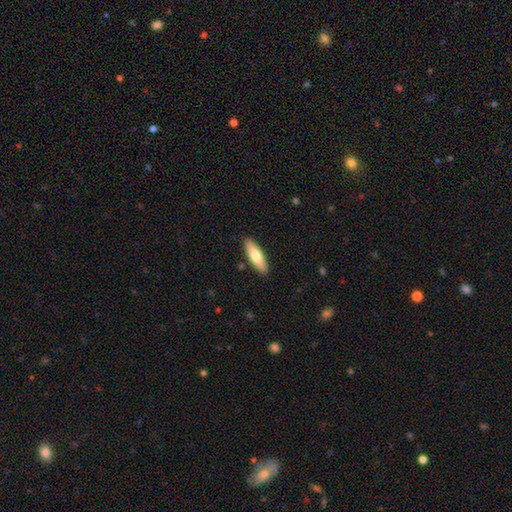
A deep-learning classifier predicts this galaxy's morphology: The model was most divided on "how rounded": cigar-shaped: 51%, in between: 47%, round: 2%. More confident: merging — none (89%); smooth or featured — smooth (69%).